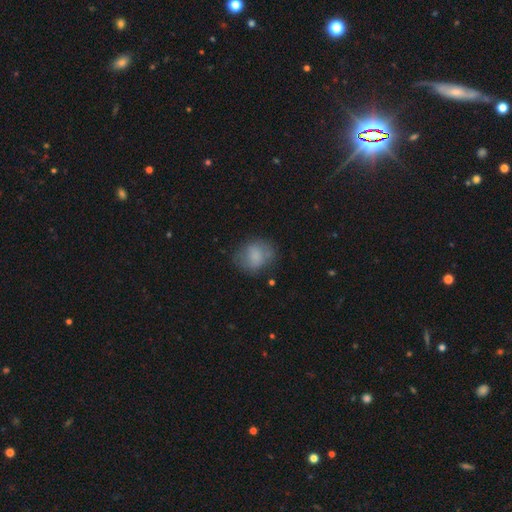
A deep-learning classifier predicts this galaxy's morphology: A smooth galaxy with no disk features (75%) that is round (59%). Merging: none (64%).